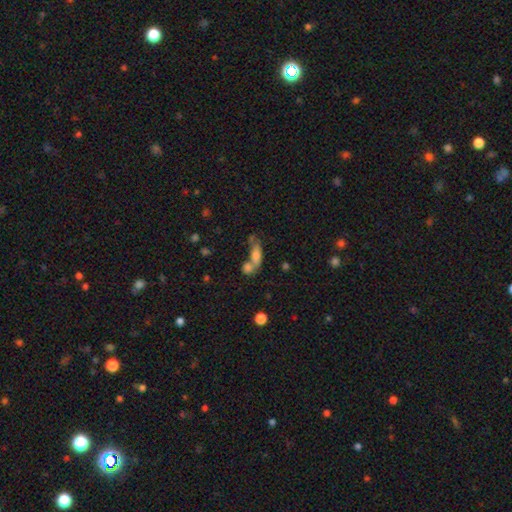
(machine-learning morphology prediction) A smooth galaxy with no disk features (71%) that is in between round and cigar-shaped (64%).

Vote fractions:
- Smooth or featured? smooth: 71% / featured or disk: 18% / star or artifact: 11%
- How rounded? in between: 64% / cigar-shaped: 29% / round: 7%
- Merging? merger: 46% / none: 32% / minor disturbance: 13% / major disturbance: 9%